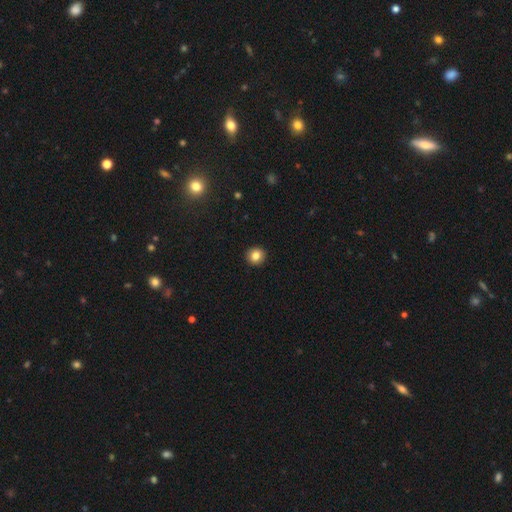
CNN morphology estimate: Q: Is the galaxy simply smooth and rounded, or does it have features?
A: smooth — 84%.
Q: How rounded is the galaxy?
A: round — 93%.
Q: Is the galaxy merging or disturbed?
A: none — 93%.